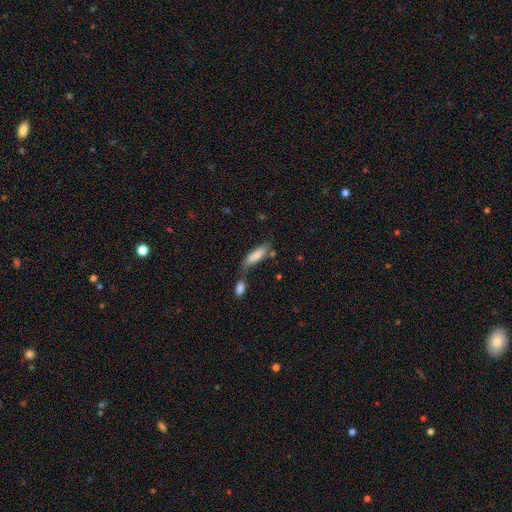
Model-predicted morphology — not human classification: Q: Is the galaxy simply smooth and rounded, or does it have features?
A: smooth — 81%.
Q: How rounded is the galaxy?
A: cigar-shaped — 52%.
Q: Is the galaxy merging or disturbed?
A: merger — 38%.